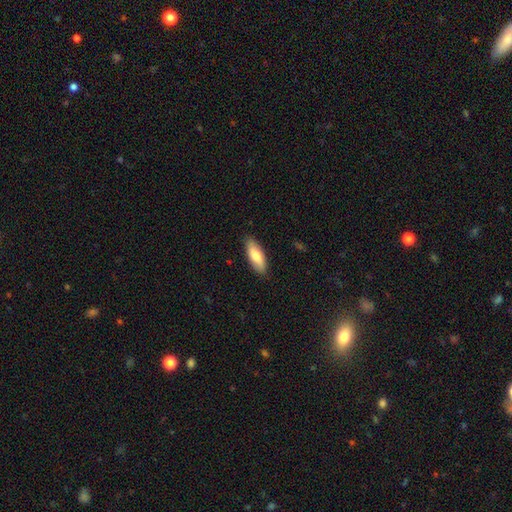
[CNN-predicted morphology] smooth-or-featured: smooth: 77% | featured or disk: 18% | star or artifact: 5%
  how-rounded: in between: 70% | cigar-shaped: 28% | round: 2%
  merging: none: 86% | minor disturbance: 11% | major disturbance: 2% | merger: 1%